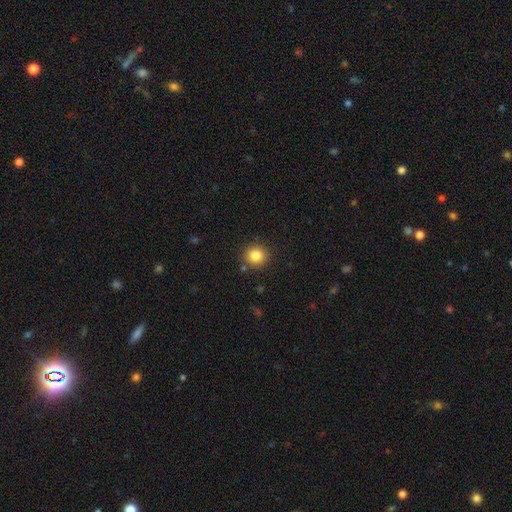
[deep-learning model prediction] Overall: smooth (83%). How rounded: round (91%). Merging: none (88%).